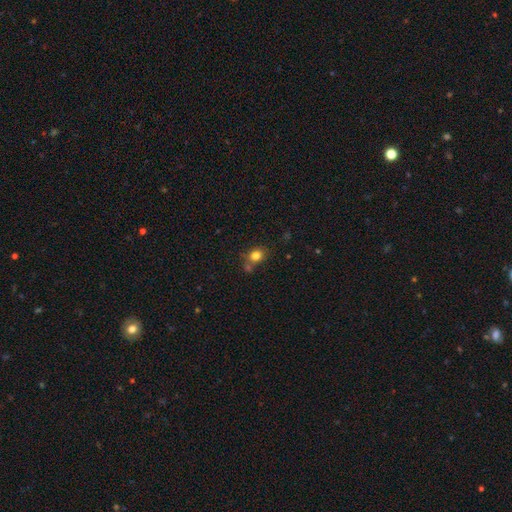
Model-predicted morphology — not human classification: smooth-or-featured: smooth: 80% | star or artifact: 12% | featured or disk: 8%
  how-rounded: round: 67% | in between: 32% | cigar-shaped: 1%
  merging: none: 61% | minor disturbance: 17% | merger: 15% | major disturbance: 6%